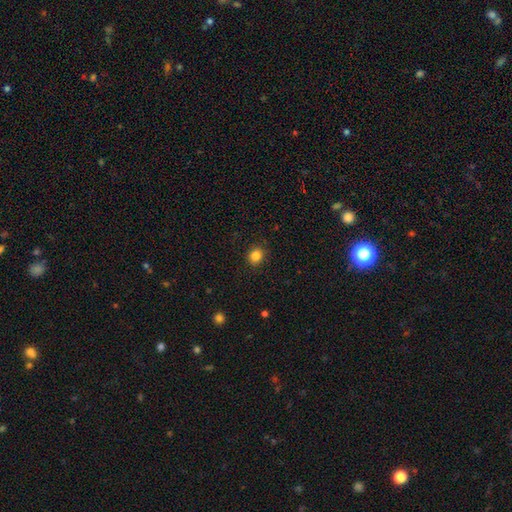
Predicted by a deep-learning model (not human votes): A smooth galaxy with no disk features (84%) that is round (78%).

Vote fractions:
- Smooth or featured? smooth: 84% / star or artifact: 11% / featured or disk: 4%
- How rounded? round: 78% / in between: 21% / cigar-shaped: 1%
- Merging? none: 89% / minor disturbance: 8% / major disturbance: 2% / merger: 1%